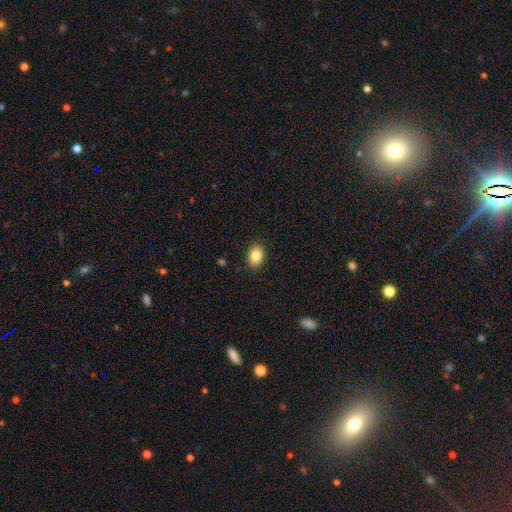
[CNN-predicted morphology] Smooth or featured? smooth (85%)
How rounded? in between (79%)
Merging? none (89%)